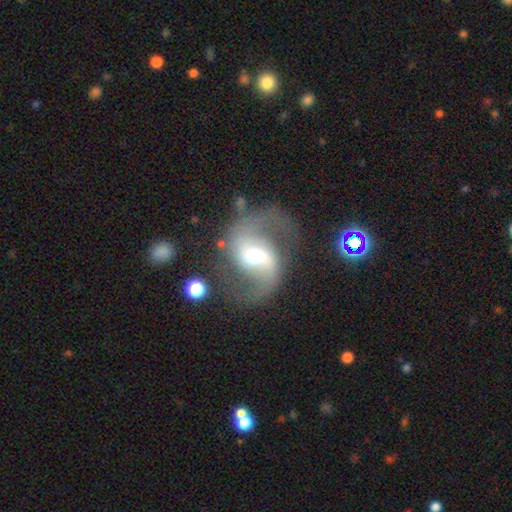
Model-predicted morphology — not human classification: This appears to be a featured or disk galaxy (87%) with a weak bar (43%), 2 (93%) loose (47%) spiral arms (96%) and a moderate central bulge (62%). Merging: none (72%).